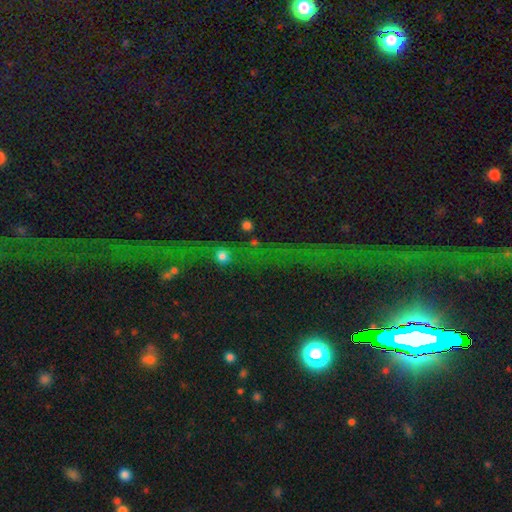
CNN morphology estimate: This is likely a star or artifact rather than a galaxy (78%).